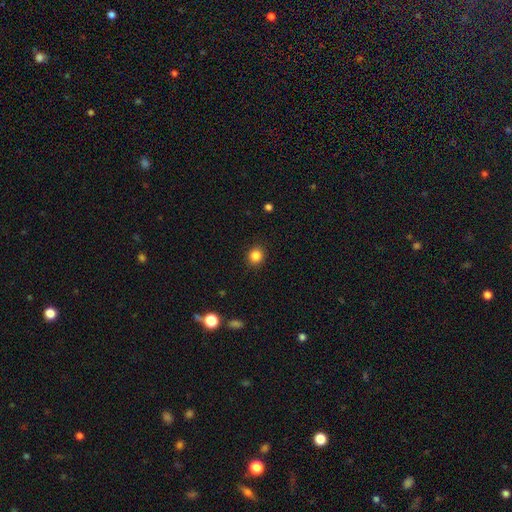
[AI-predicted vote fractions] Smooth or featured: smooth — 85% (star or artifact — 11%)
How rounded: round — 82% (in between — 17%)
Merging: none — 90% (minor disturbance — 7%)